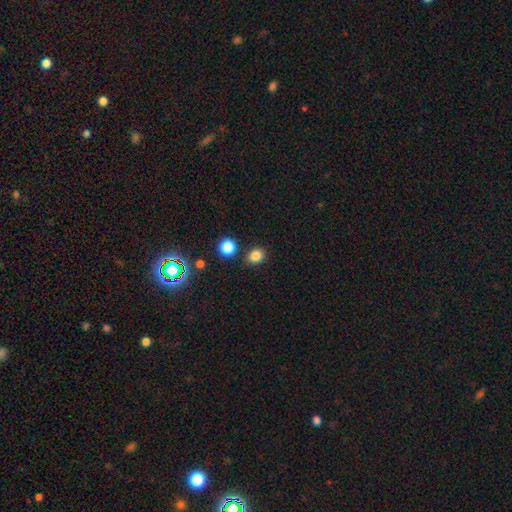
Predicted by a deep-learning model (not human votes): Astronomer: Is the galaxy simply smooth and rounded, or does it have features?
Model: smooth — 82%.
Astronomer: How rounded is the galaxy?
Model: round — 70%.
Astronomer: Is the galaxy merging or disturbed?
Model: none — 83%.